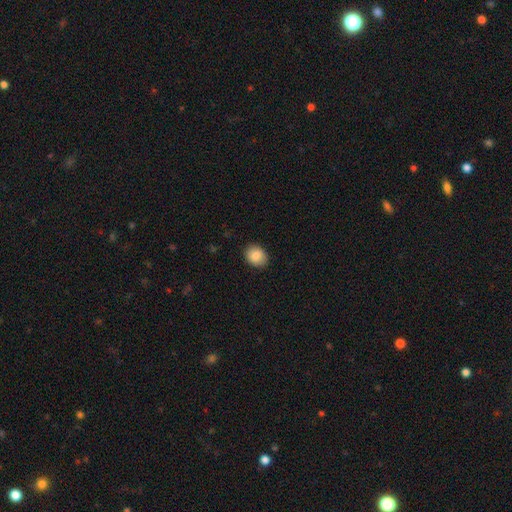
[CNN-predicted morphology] A smooth galaxy with no disk features (87%) that is in between round and cigar-shaped (51%).

Vote fractions:
- Smooth or featured? smooth: 87% / star or artifact: 8% / featured or disk: 5%
- How rounded? in between: 51% / round: 49% / cigar-shaped: 1%
- Merging? none: 88% / minor disturbance: 9% / major disturbance: 2% / merger: 1%